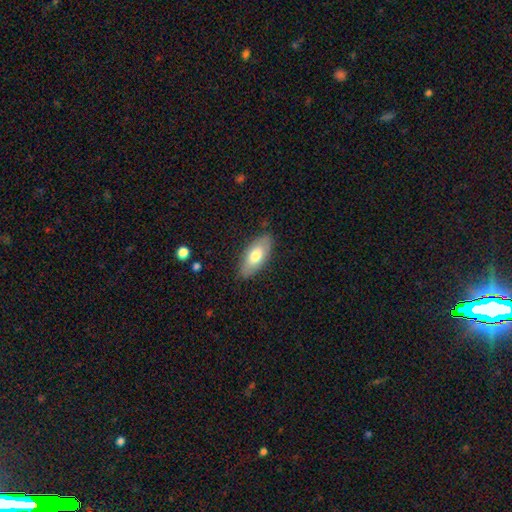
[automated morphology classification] A smooth galaxy with no disk features (70%) that is in between round and cigar-shaped (86%). Merging: none (83%).